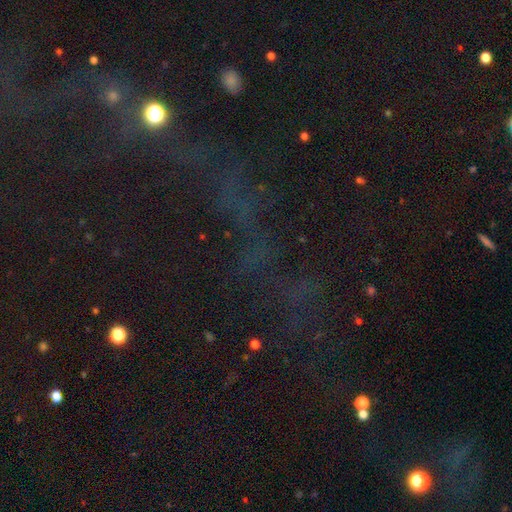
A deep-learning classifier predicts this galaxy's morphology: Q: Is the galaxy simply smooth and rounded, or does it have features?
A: star or artifact — 63%.